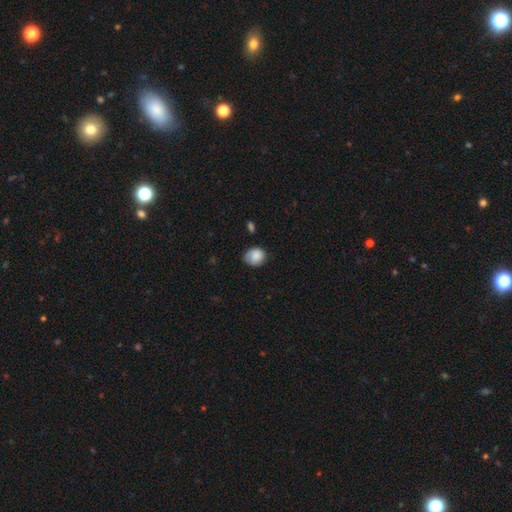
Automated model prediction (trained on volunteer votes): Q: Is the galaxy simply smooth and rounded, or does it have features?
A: smooth — 81%.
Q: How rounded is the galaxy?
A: round — 62%.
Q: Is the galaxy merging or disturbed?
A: none — 65%.